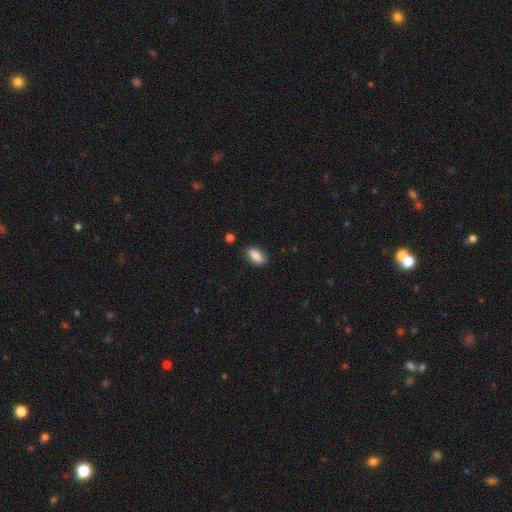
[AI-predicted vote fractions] This appears to be a smooth galaxy with no disk features (87%) that is in between round and cigar-shaped (87%). Merging: none (83%).